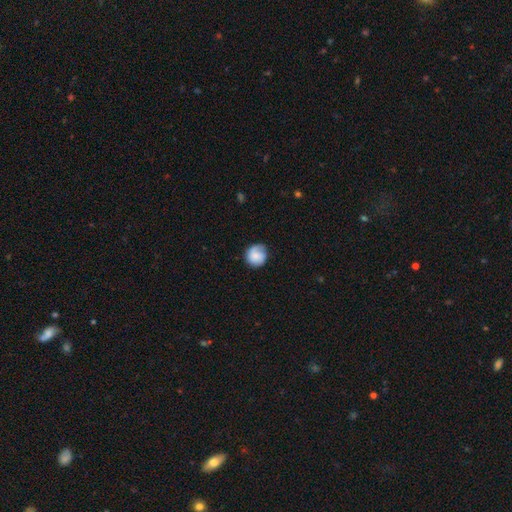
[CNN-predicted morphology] smooth-or-featured: smooth: 72% | featured or disk: 21% | star or artifact: 7%
  how-rounded: round: 87% | in between: 12% | cigar-shaped: 1%
  merging: none: 68% | minor disturbance: 23% | major disturbance: 7% | merger: 1%